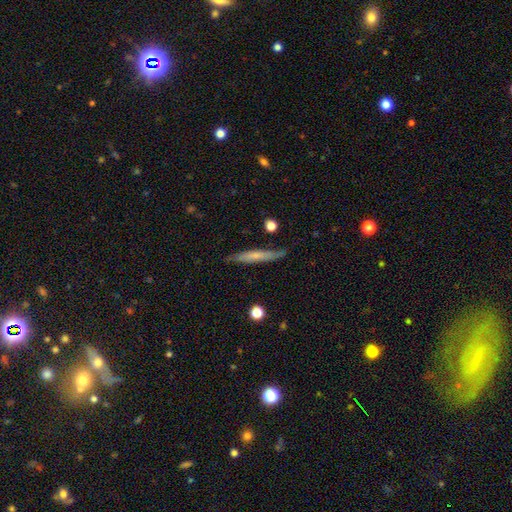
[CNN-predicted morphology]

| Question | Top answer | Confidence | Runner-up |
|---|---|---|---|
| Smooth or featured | smooth | 55% | featured or disk (39%) |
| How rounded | cigar-shaped | 93% | in between (5%) |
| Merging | none | 80% | minor disturbance (15%) |